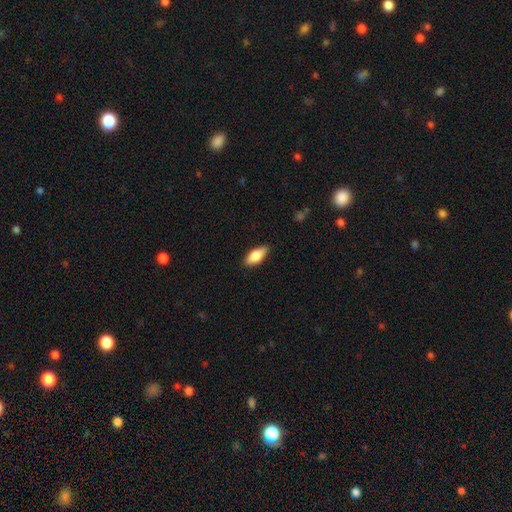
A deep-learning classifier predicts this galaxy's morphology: A smooth galaxy with no disk features (78%) that is in between round and cigar-shaped (82%).

Vote fractions:
- Smooth or featured? smooth: 78% / featured or disk: 16% / star or artifact: 6%
- How rounded? in between: 82% / cigar-shaped: 15% / round: 3%
- Merging? none: 87% / minor disturbance: 10% / major disturbance: 2% / merger: 1%